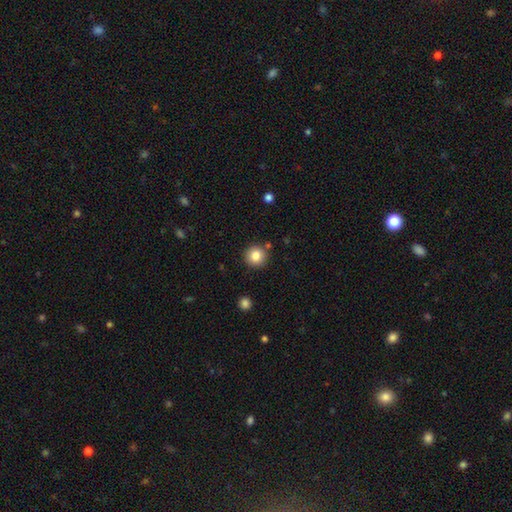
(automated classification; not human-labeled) Morphology: type=smooth (84%); roundness=round (94%); merging=none (88%).